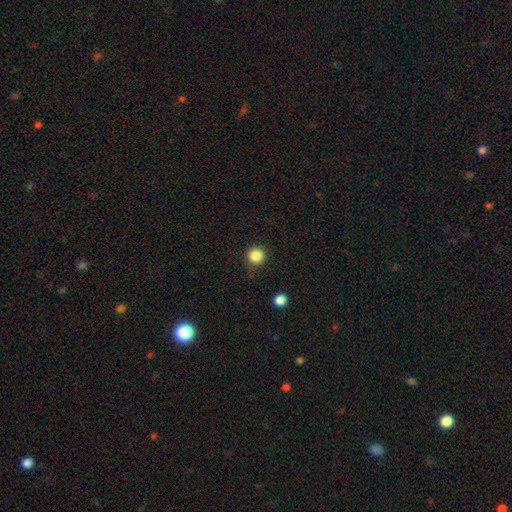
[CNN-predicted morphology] Smooth or featured: smooth — 85% (star or artifact — 11%)
How rounded: round — 95% (in between — 4%)
Merging: none — 87% (minor disturbance — 9%)